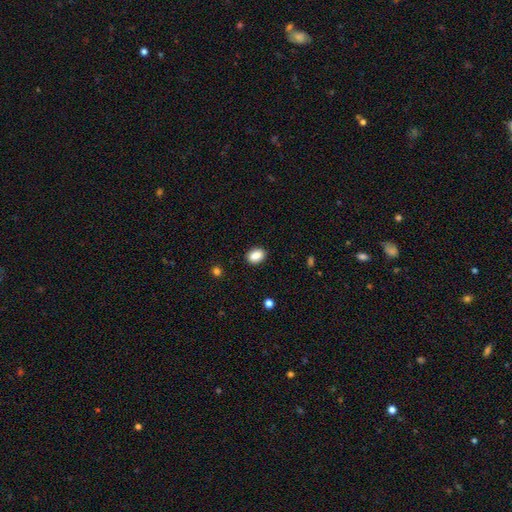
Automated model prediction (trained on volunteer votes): A smooth galaxy with no disk features (89%) that is in between round and cigar-shaped (78%). Merging: none (89%).